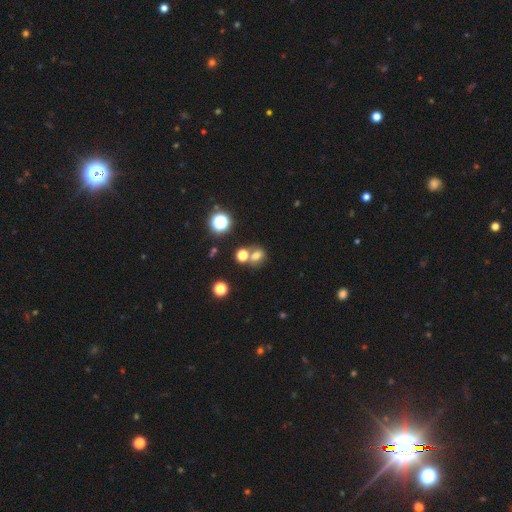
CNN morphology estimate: smooth 68%, star or artifact 21%, featured or disk 11%. Down the decision tree: how rounded — round (58%); merging — none (52%).